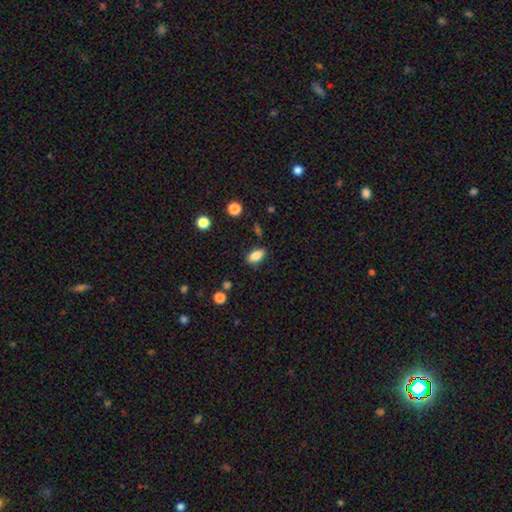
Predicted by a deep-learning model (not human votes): smooth_or_featured: smooth (p=0.82) [alt: featured or disk p=0.09]
how_rounded: in between (p=0.86) [alt: cigar-shaped p=0.08]
merging: none (p=0.83) [alt: minor disturbance p=0.12]